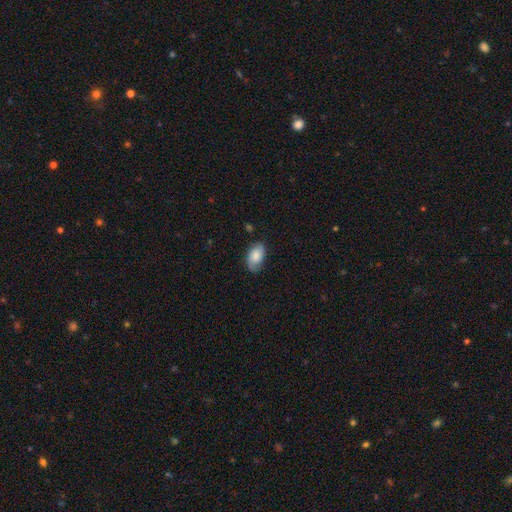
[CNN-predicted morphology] smooth_or_featured: smooth (p=0.67) [alt: featured or disk p=0.26]
how_rounded: in between (p=0.92) [alt: round p=0.06]
merging: none (p=0.70) [alt: minor disturbance p=0.23]